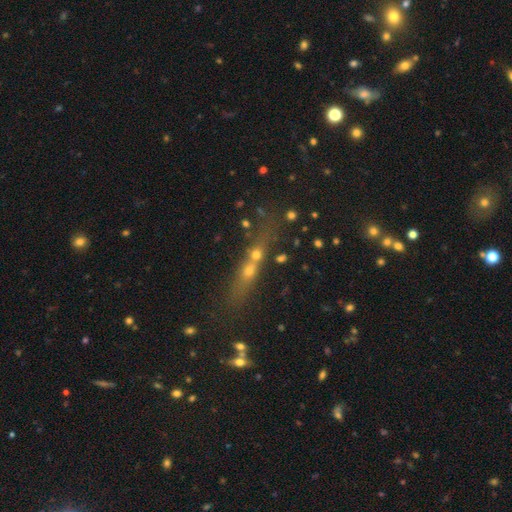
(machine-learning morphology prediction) The model was most divided on "smooth or featured": smooth: 42%, featured or disk: 34%, star or artifact: 24%. Remaining: merging — merger (48%).